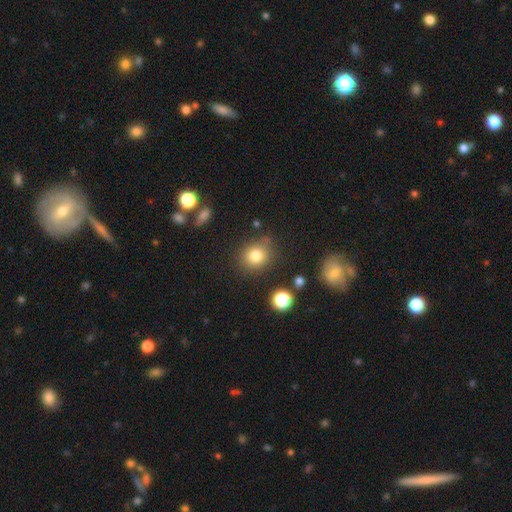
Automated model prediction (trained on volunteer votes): Q: Smooth or featured?
A: smooth (80%); runner-up: star or artifact (12%)
Q: How rounded?
A: round (73%); runner-up: in between (25%)
Q: Merging?
A: none (75%); runner-up: minor disturbance (16%)